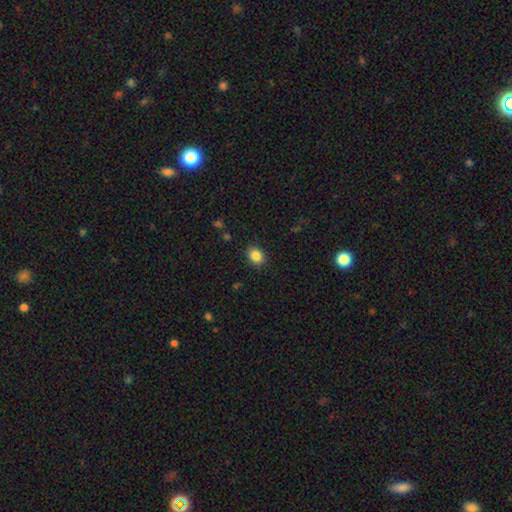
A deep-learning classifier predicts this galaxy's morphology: Smooth or featured? Predicted: smooth (p=0.86). How rounded? Predicted: in between (p=0.60). Merging? Predicted: none (p=0.88).